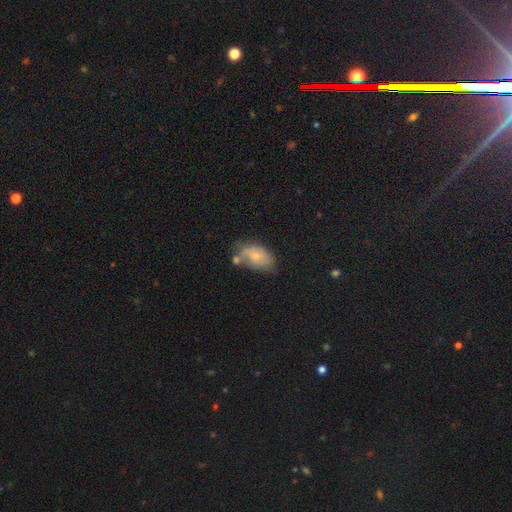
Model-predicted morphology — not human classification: Smooth or featured: smooth — 54% (featured or disk — 38%)
How rounded: in between — 87% (round — 11%)
Merging: none — 37% (minor disturbance — 31%)